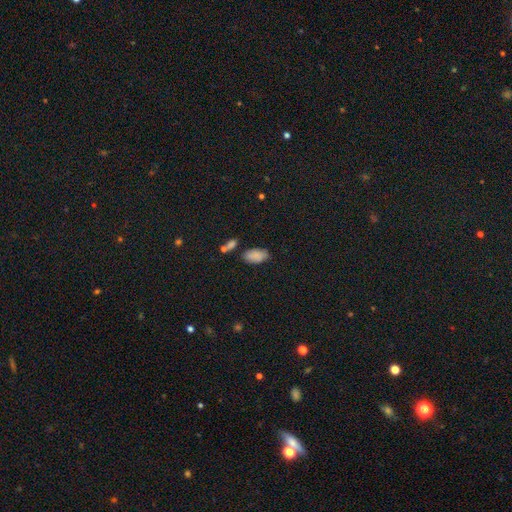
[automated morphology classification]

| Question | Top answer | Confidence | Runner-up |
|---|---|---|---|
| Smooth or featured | smooth | 84% | star or artifact (9%) |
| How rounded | in between | 94% | round (3%) |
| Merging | none | 70% | minor disturbance (17%) |